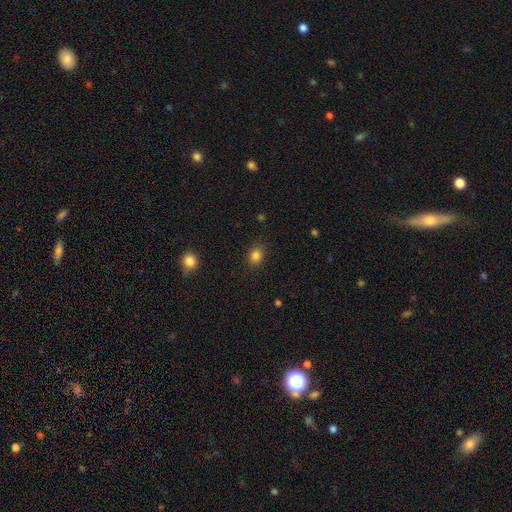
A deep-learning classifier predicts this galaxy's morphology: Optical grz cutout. It shows a smooth galaxy with no disk features (84%) that is round (62%). Merging: none (85%).